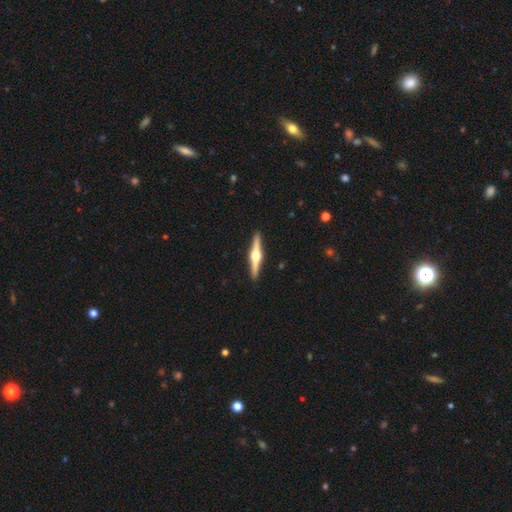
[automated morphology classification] featured or disk 82%, smooth 14%, star or artifact 4%. Down the decision tree: edge-on disk — yes (98%); edge-on bulge — rounded (97%); merging — none (93%).